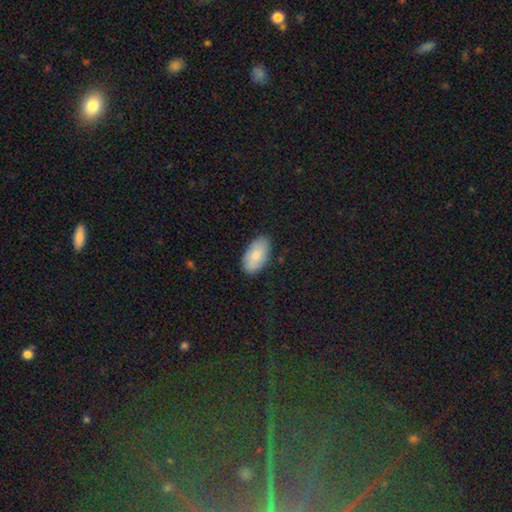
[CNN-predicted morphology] The model was most divided on "smooth or featured": smooth: 82%, featured or disk: 12%, star or artifact: 6%. More confident: how rounded — in between (95%); merging — none (84%).